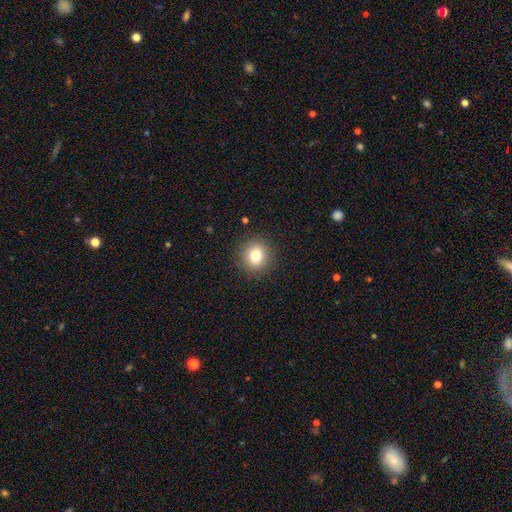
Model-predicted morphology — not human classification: Smooth or featured? smooth (80%)
How rounded? round (88%)
Merging? none (90%)